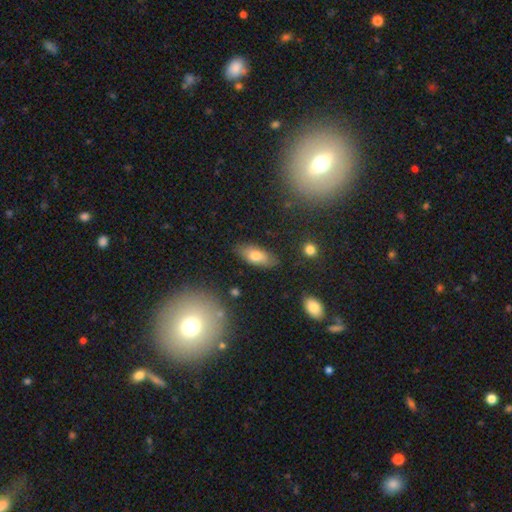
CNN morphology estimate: smooth_or_featured: smooth (p=0.75) [alt: featured or disk p=0.17]
how_rounded: in between (p=0.84) [alt: cigar-shaped p=0.14]
merging: none (p=0.83) [alt: minor disturbance p=0.13]